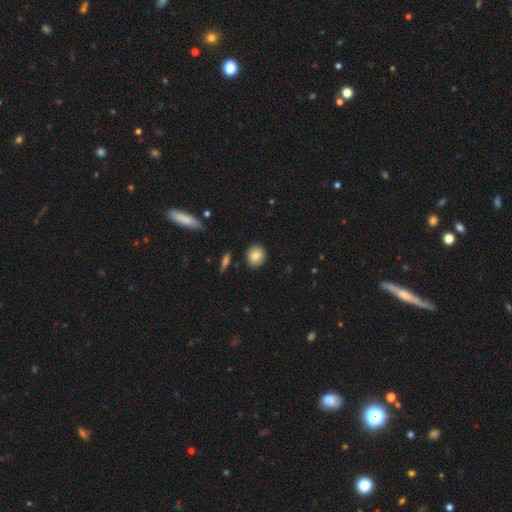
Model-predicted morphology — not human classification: The model was most divided on "how rounded": round: 80%, in between: 18%, cigar-shaped: 1%. More confident: merging — none (89%); smooth or featured — smooth (84%).